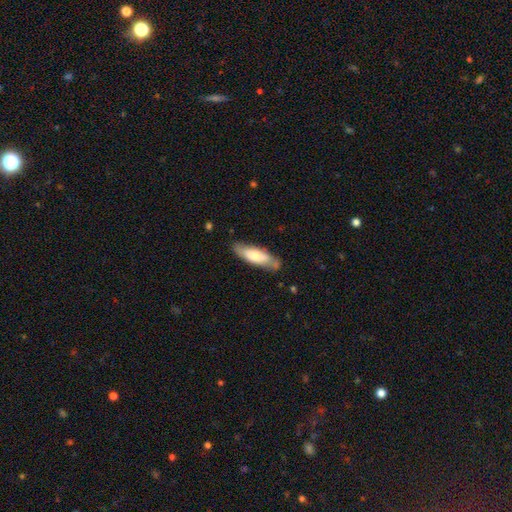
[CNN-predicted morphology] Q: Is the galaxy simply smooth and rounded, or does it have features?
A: smooth — 64%.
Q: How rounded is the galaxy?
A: cigar-shaped — 50%.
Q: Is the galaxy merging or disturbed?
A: none — 74%.